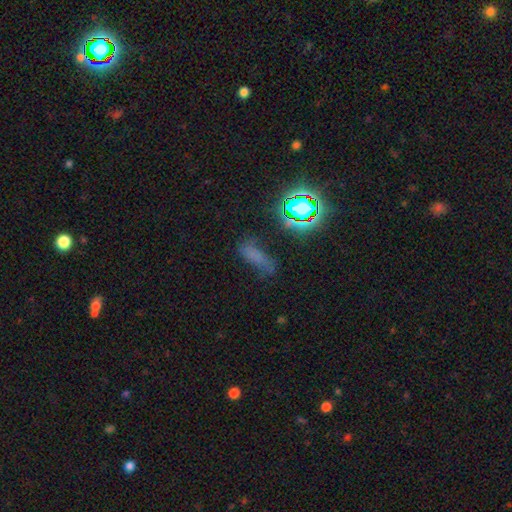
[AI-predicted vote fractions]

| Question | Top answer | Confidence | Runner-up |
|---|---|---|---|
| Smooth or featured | smooth | 53% | star or artifact (30%) |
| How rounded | in between | 51% | cigar-shaped (42%) |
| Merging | none | 53% | minor disturbance (26%) |